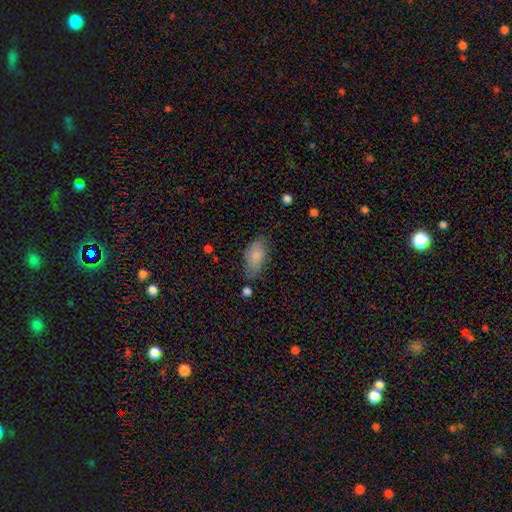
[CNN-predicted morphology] smooth 79%, featured or disk 14%, star or artifact 7%. Down the decision tree: how rounded — in between (91%); merging — none (64%).